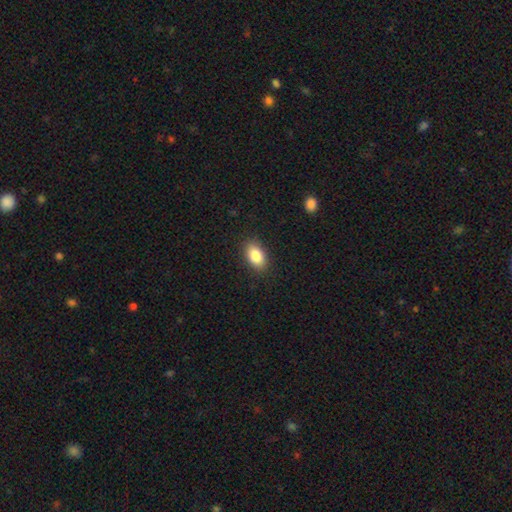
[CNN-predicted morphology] This is clearly a smooth galaxy (86%). How rounded: clearly in between (90%). Merging: clearly none (88%).